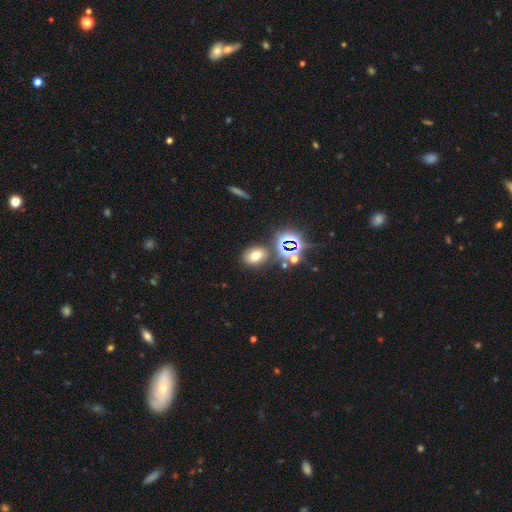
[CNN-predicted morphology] smooth_or_featured: smooth (p=0.63) [alt: star or artifact p=0.26]
how_rounded: in between (p=0.61) [alt: round p=0.37]
merging: none (p=0.80) [alt: minor disturbance p=0.10]